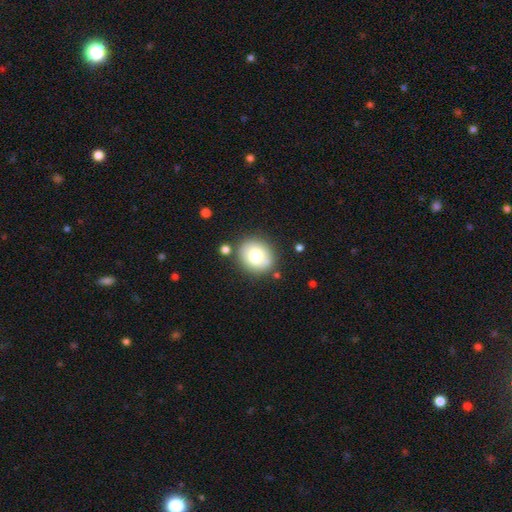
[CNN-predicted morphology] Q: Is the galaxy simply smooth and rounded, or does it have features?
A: smooth — 74%.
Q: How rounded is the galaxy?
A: round — 77%.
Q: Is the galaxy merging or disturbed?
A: none — 80%.